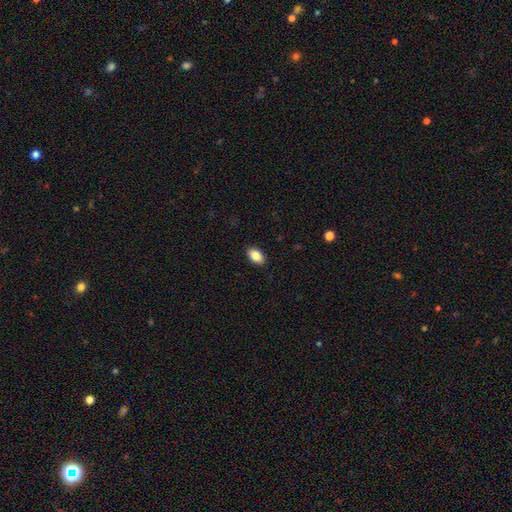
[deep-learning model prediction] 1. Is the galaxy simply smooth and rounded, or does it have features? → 87% smooth, 7% star or artifact, 6% featured or disk.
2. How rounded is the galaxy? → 91% in between, 7% round, 2% cigar-shaped.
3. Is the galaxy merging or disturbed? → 90% none, 7% minor disturbance, 2% major disturbance, 1% merger.